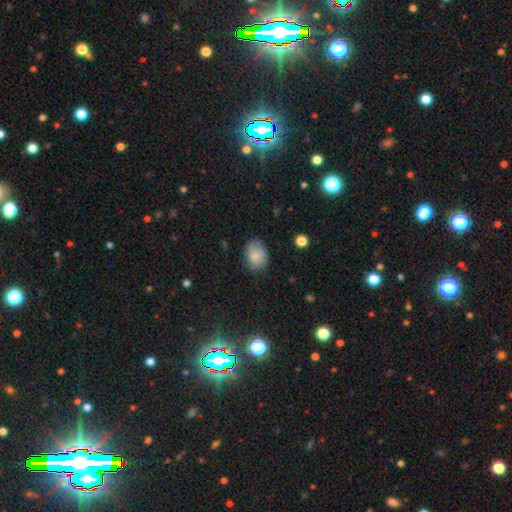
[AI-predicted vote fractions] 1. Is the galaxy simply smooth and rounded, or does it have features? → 78% smooth, 13% featured or disk, 8% star or artifact.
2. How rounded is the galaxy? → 72% in between, 27% round, 1% cigar-shaped.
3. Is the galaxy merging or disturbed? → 69% none, 23% minor disturbance, 6% major disturbance, 2% merger.